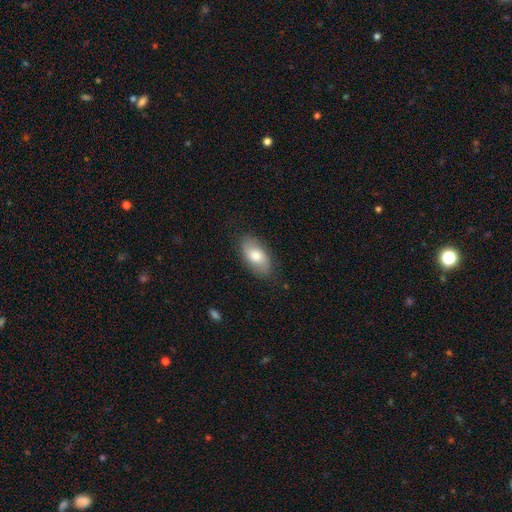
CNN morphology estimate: Smooth or featured?
  - smooth: 75% *
  - featured or disk: 19%
  - star or artifact: 6%
How rounded?
  - in between: 93% *
  - round: 4%
  - cigar-shaped: 3%
Merging?
  - none: 82% *
  - minor disturbance: 14%
  - major disturbance: 3%
  - merger: 1%